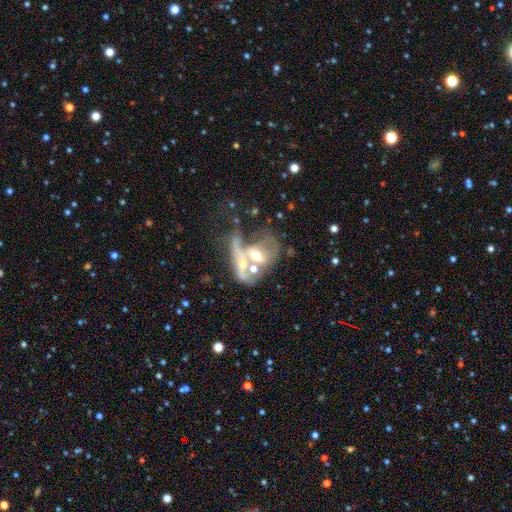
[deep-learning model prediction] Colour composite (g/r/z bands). It shows a featured or disk galaxy (61%) with no bar (72%), no spiral arms (65%) and a moderate central bulge (59%). Merging: merger (68%).